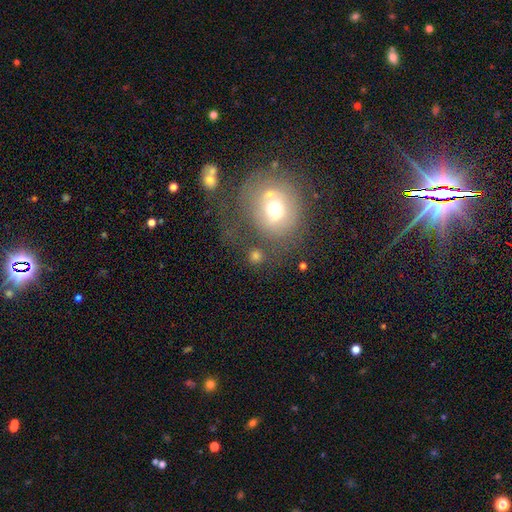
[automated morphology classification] smooth-or-featured: smooth: 69% | star or artifact: 16% | featured or disk: 15%
  how-rounded: round: 84% | in between: 15% | cigar-shaped: 1%
  merging: none: 62% | merger: 16% | minor disturbance: 11% | major disturbance: 10%